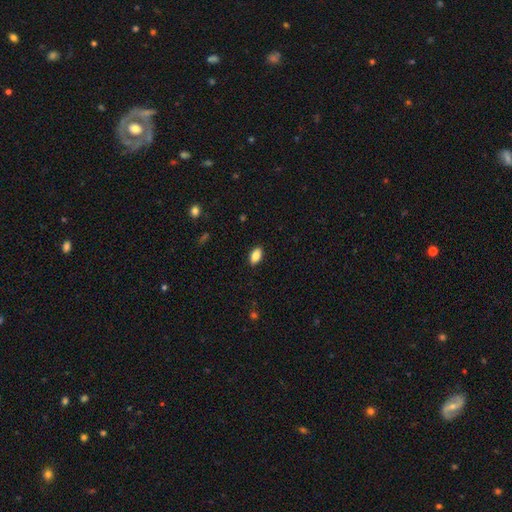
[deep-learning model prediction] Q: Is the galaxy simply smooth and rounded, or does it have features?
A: smooth — 85%.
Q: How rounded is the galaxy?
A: in between — 91%.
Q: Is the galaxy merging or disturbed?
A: none — 88%.